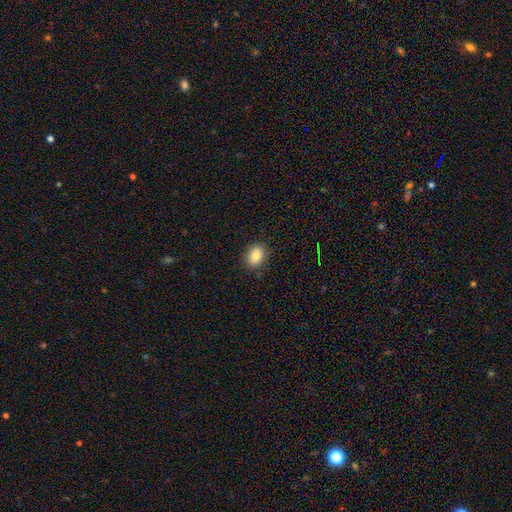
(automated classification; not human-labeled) Smooth or featured: smooth — 83% (star or artifact — 9%)
How rounded: in between — 65% (round — 34%)
Merging: none — 86% (minor disturbance — 11%)